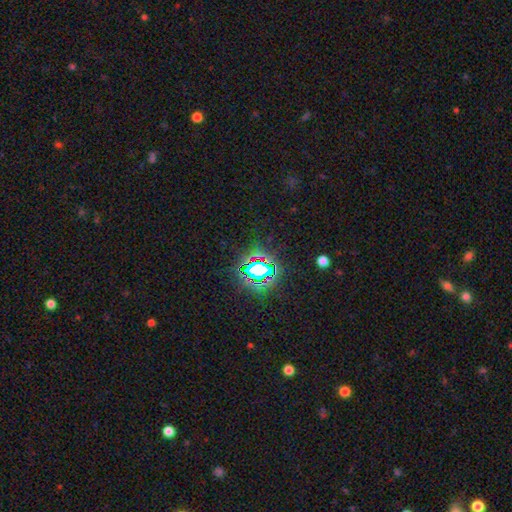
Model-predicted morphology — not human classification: Smooth or featured?
  - star or artifact: 79% *
  - smooth: 14%
  - featured or disk: 7%